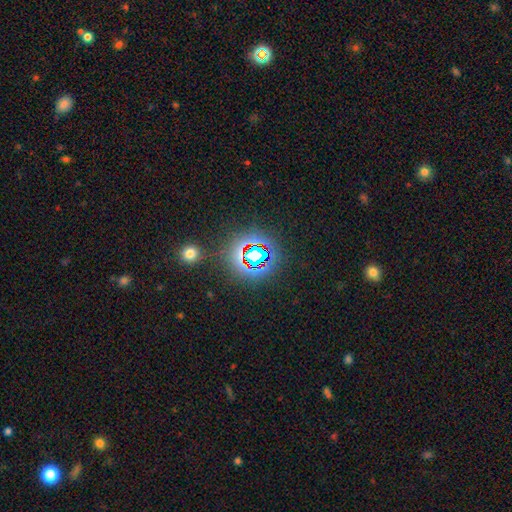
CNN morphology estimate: star or artifact 73%, smooth 17%, featured or disk 10%.